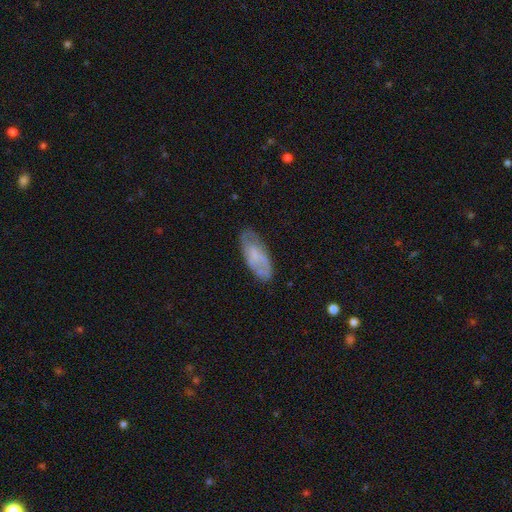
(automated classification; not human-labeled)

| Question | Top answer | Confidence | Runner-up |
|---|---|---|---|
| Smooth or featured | featured or disk | 49% | smooth (45%) |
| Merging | none | 69% | minor disturbance (22%) |